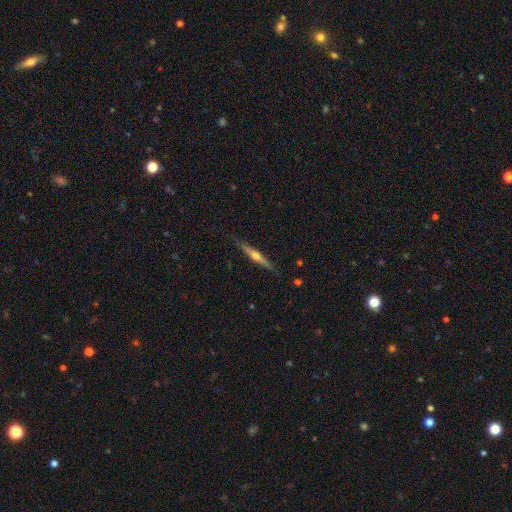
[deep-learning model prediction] Smooth or featured? Predicted: featured or disk (p=0.67). Edge-on disk? Predicted: yes (p=0.97). Edge-on bulge? Predicted: rounded (p=0.88). Merging? Predicted: none (p=0.87).